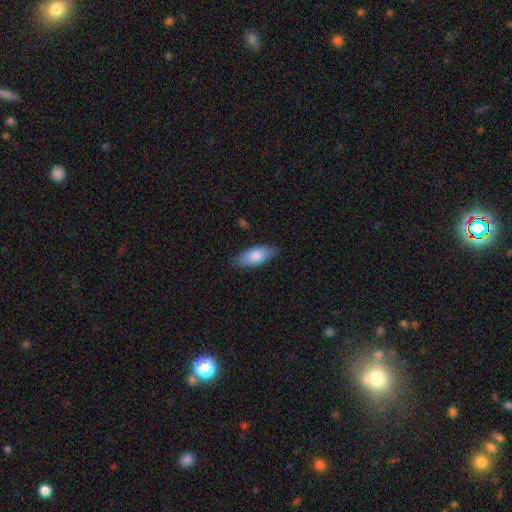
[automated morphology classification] Smooth or featured? Predicted: smooth (p=0.81). How rounded? Predicted: in between (p=0.85). Merging? Predicted: none (p=0.78).